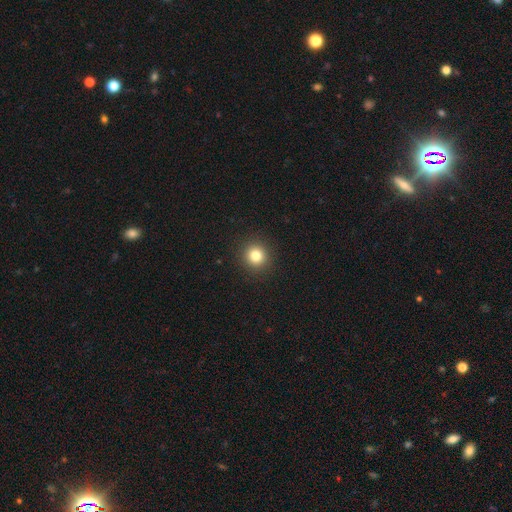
Overall: smooth (87%). How rounded: round (94%). Merging: none (91%).